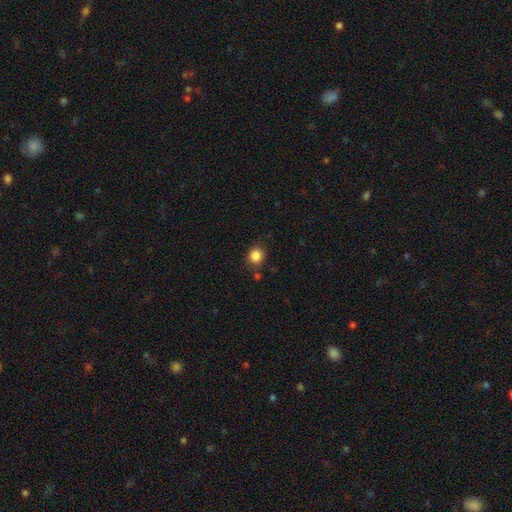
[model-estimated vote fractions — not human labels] Smooth or featured?
  - smooth: 85% *
  - star or artifact: 11%
  - featured or disk: 4%
How rounded?
  - round: 85% *
  - in between: 14%
  - cigar-shaped: 1%
Merging?
  - none: 82% *
  - minor disturbance: 11%
  - merger: 4%
  - major disturbance: 3%